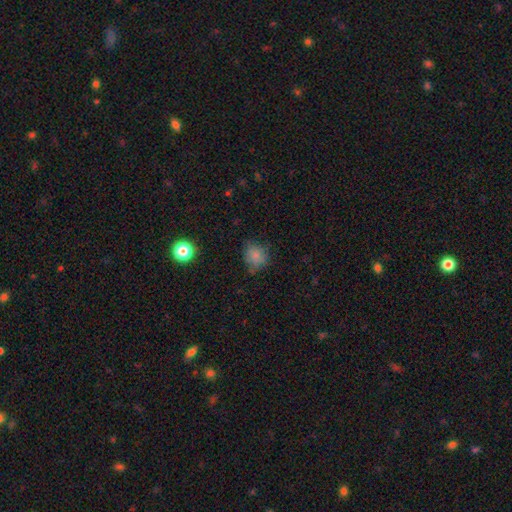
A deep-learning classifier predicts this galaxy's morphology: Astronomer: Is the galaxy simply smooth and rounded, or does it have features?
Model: smooth — 79%.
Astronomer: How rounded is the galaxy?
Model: round — 72%.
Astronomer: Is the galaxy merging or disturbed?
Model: none — 67%.